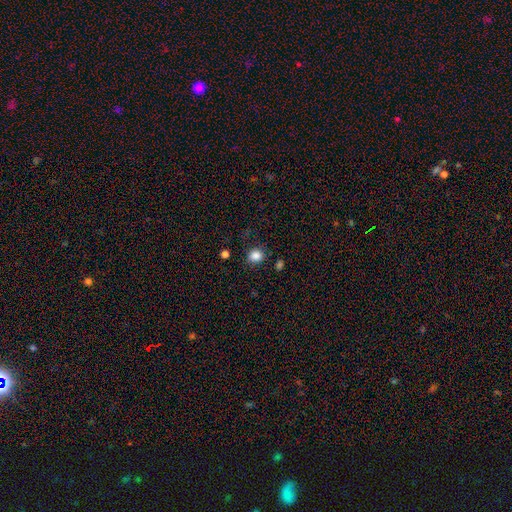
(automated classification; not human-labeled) This is clearly a smooth galaxy (84%). How rounded: likely round (74%). Merging: clearly none (81%).